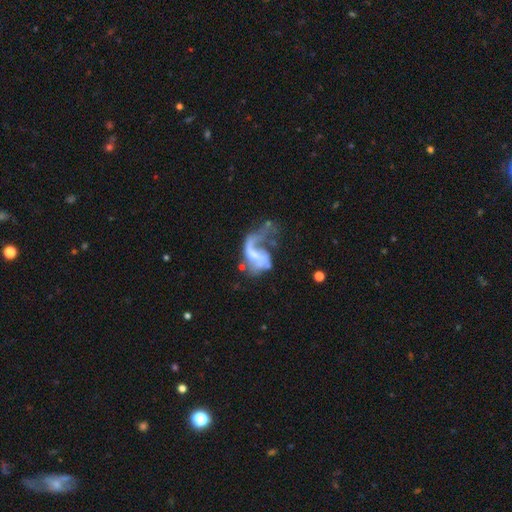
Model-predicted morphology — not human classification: smooth_or_featured: featured or disk (p=0.73) [alt: smooth p=0.18]
disk_edge_on: no (p=0.98) [alt: yes p=0.02]
bar: no (p=0.43) [alt: weak p=0.38]
has_spiral_arms: yes (p=0.70) [alt: no p=0.30]
spiral_winding: loose (p=0.77) [alt: medium p=0.18]
spiral_arm_count: 1 (p=0.48) [alt: 2 p=0.41]
bulge_size: none (p=0.49) [alt: small p=0.26]
merging: major disturbance (p=0.56) [alt: none p=0.17]